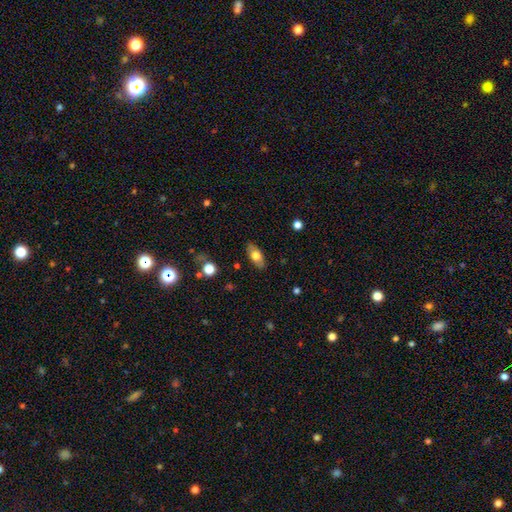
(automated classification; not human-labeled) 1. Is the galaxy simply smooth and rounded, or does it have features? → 67% smooth, 26% featured or disk, 7% star or artifact.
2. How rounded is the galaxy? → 87% in between, 8% cigar-shaped, 5% round.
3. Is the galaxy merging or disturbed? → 84% none, 12% minor disturbance, 3% major disturbance, 1% merger.